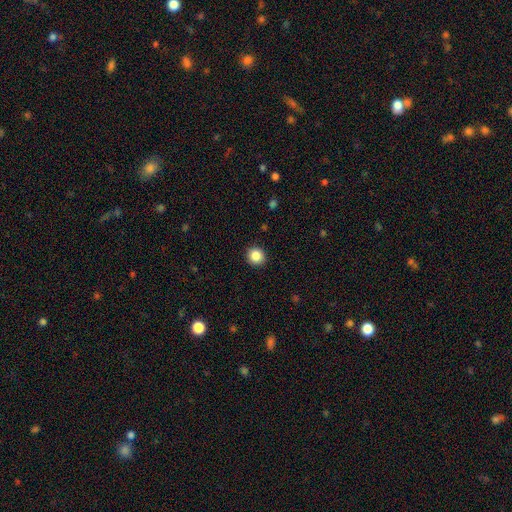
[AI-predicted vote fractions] Morphology: type=smooth (86%); roundness=round (90%); merging=none (92%).